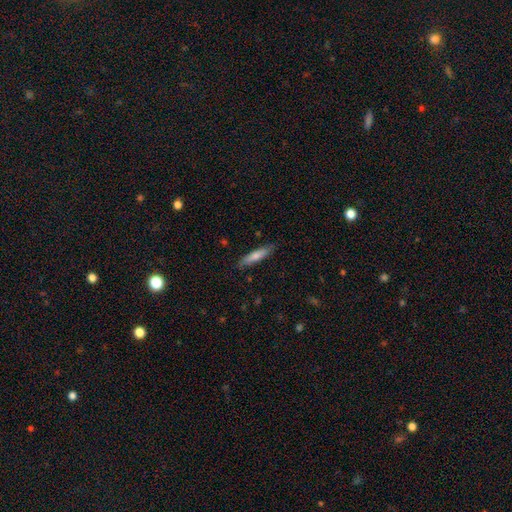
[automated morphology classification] A smooth galaxy with no disk features (75%) that is cigar-shaped (81%). Merging: none (84%).